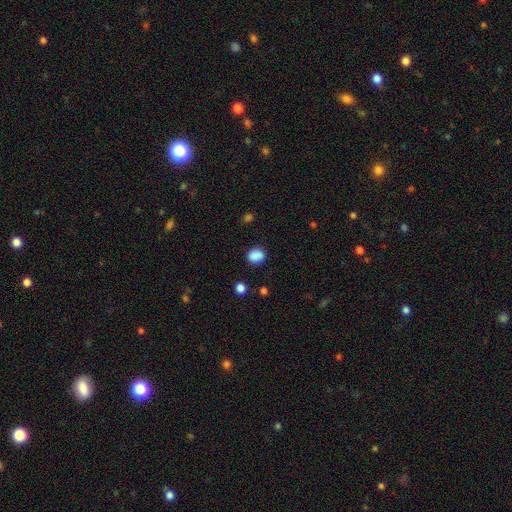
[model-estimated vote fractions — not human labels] This appears to be a smooth galaxy with no disk features (86%) that is round (62%). Merging: none (79%).